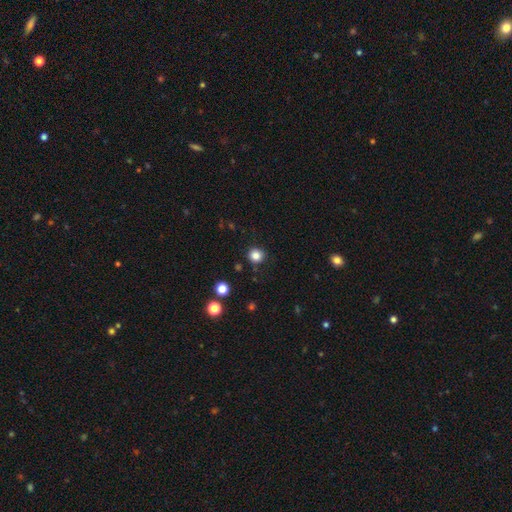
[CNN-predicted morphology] Smooth or featured: smooth — 83% (star or artifact — 12%)
How rounded: round — 89% (in between — 10%)
Merging: none — 89% (minor disturbance — 7%)